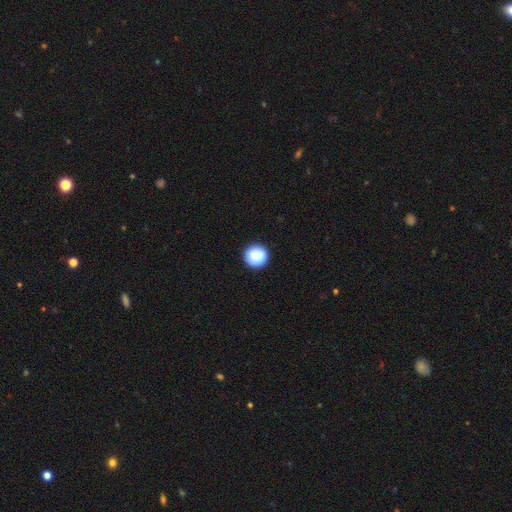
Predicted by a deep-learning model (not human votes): Smooth or featured?
  - smooth: 82% *
  - featured or disk: 9%
  - star or artifact: 8%
How rounded?
  - round: 95% *
  - in between: 4%
  - cigar-shaped: 1%
Merging?
  - none: 90% *
  - minor disturbance: 7%
  - major disturbance: 2%
  - merger: 1%